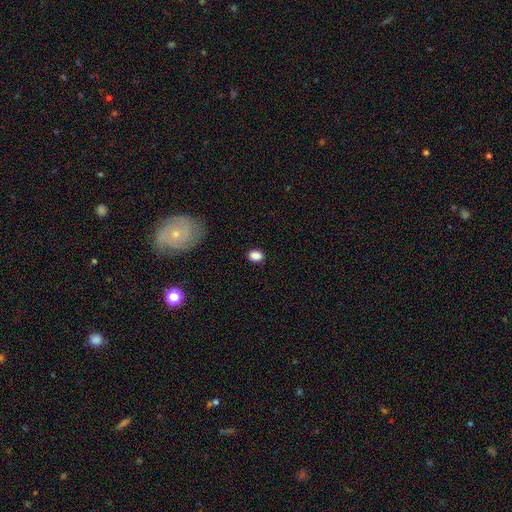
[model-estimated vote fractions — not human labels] Morphology: type=smooth (88%); roundness=in between (77%); merging=none (88%).